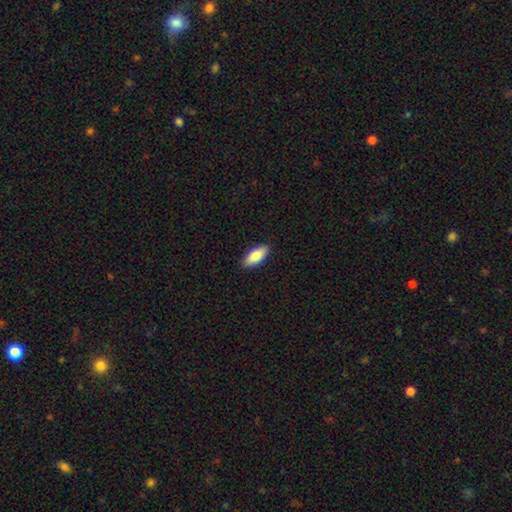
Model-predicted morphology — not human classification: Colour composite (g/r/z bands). It shows a smooth galaxy with no disk features (81%) that is in between round and cigar-shaped (79%). Merging: none (89%).